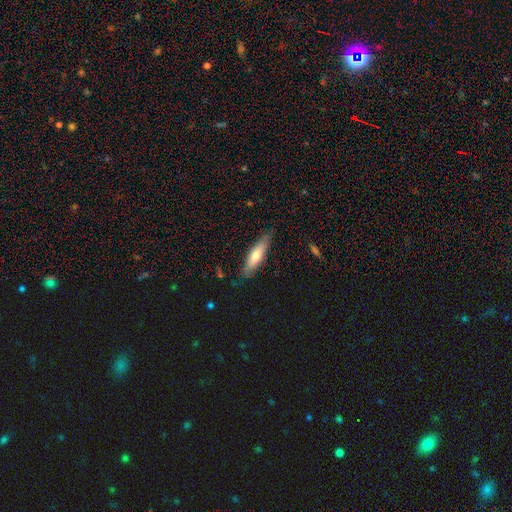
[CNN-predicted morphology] A smooth galaxy with no disk features (62%) that is cigar-shaped (69%).

Vote fractions:
- Smooth or featured? smooth: 62% / featured or disk: 32% / star or artifact: 6%
- How rounded? cigar-shaped: 69% / in between: 29% / round: 2%
- Merging? none: 81% / minor disturbance: 15% / major disturbance: 3% / merger: 1%